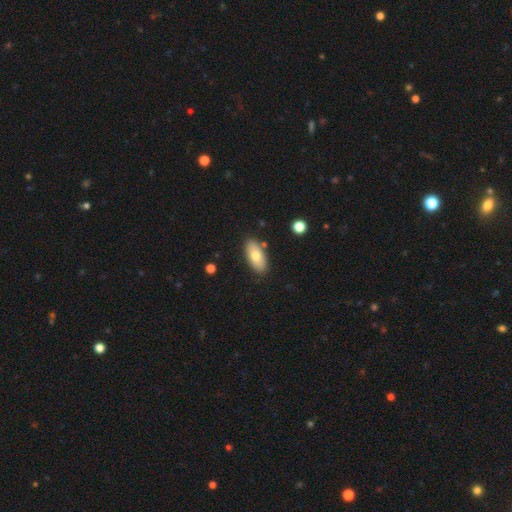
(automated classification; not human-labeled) Q: Smooth or featured?
A: smooth (71%); runner-up: featured or disk (22%)
Q: How rounded?
A: in between (90%); runner-up: cigar-shaped (7%)
Q: Merging?
A: none (83%); runner-up: minor disturbance (11%)